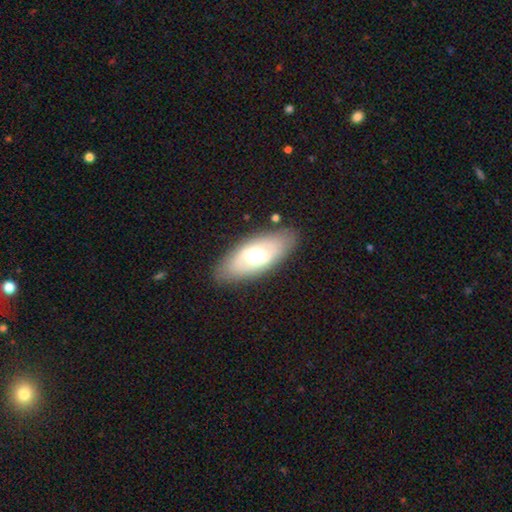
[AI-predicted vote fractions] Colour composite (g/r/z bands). It shows a featured or disk galaxy (49%). Merging: none (84%).